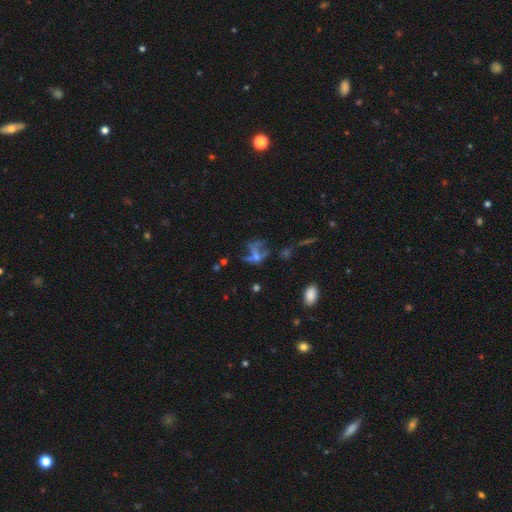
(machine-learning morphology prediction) Smooth or featured? featured or disk (43%)
Merging? major disturbance (35%)